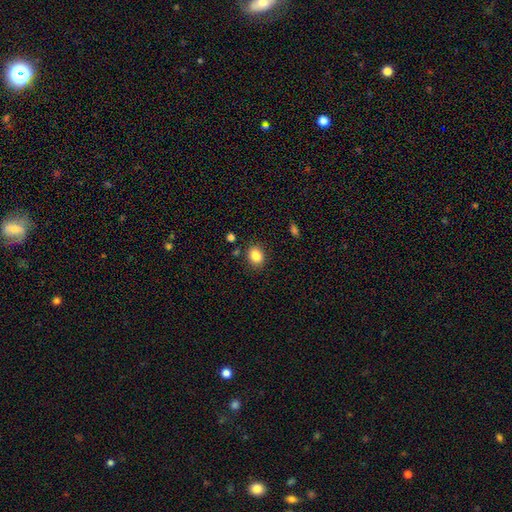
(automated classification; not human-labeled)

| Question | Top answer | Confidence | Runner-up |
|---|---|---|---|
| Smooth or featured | smooth | 86% | star or artifact (9%) |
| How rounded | in between | 51% | round (48%) |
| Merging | none | 85% | minor disturbance (10%) |